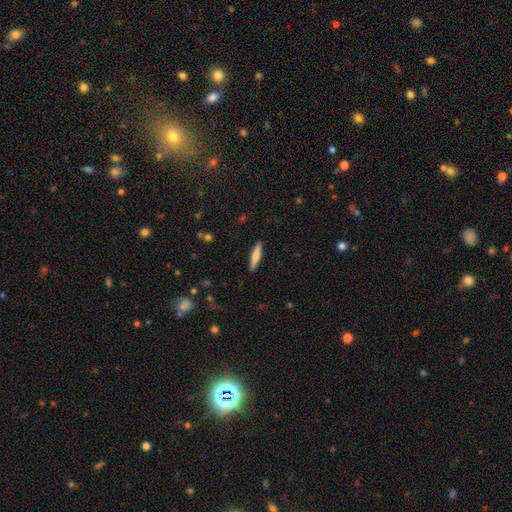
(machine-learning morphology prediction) The model was most divided on "smooth or featured": smooth: 68%, featured or disk: 26%, star or artifact: 6%. More confident: merging — none (90%); how rounded — cigar-shaped (86%).